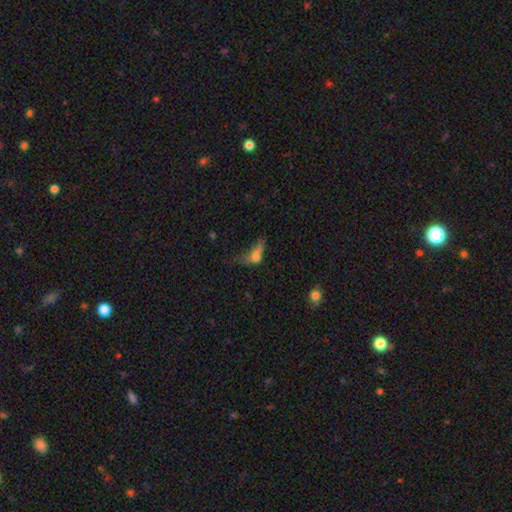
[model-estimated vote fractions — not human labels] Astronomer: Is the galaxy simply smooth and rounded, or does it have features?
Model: smooth — 61%.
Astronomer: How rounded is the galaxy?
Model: in between — 69%.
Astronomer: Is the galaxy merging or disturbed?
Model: major disturbance — 47%.